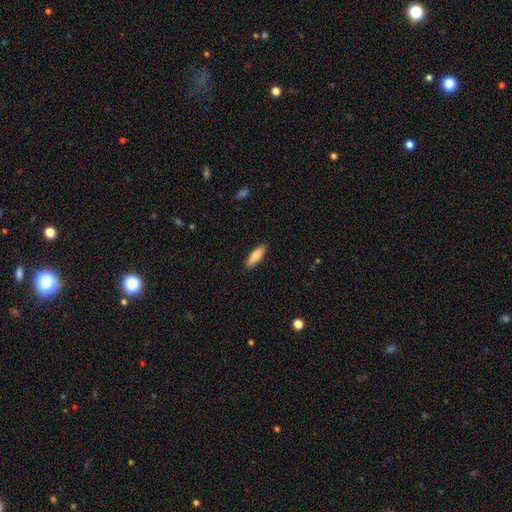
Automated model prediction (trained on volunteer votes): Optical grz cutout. It shows a smooth galaxy with no disk features (82%) that is in between round and cigar-shaped (53%). Merging: none (89%).